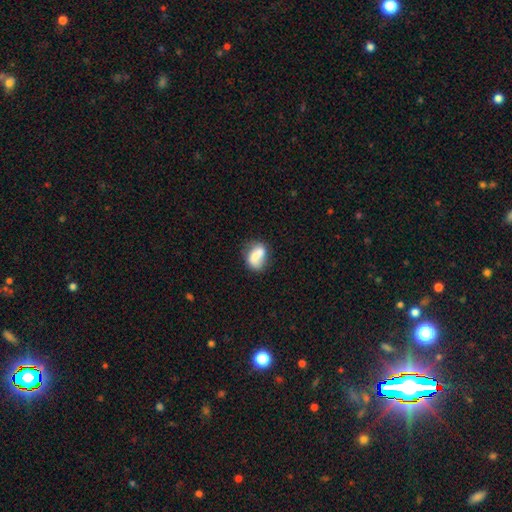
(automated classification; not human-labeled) Q: Smooth or featured?
A: smooth (68%); runner-up: featured or disk (24%)
Q: How rounded?
A: in between (71%); runner-up: round (26%)
Q: Merging?
A: none (44%); runner-up: minor disturbance (24%)